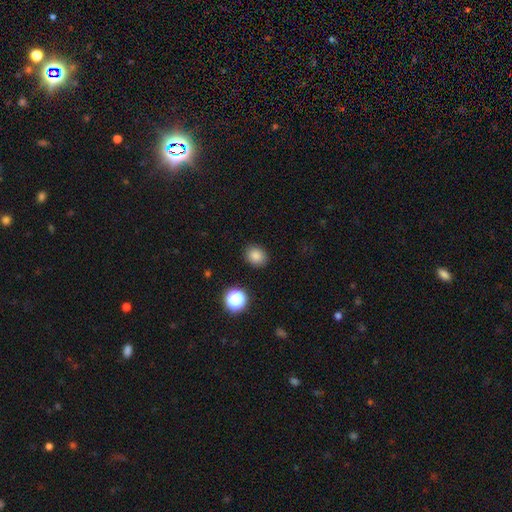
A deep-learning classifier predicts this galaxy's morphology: This appears to be a smooth galaxy with no disk features (82%) that is round (63%). Merging: none (87%).